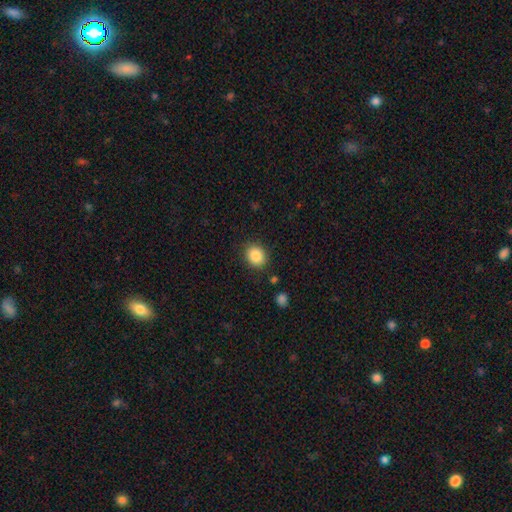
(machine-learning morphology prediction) The model was most divided on "how rounded": round: 70%, in between: 29%, cigar-shaped: 1%. More confident: smooth or featured — smooth (87%); merging — none (86%).